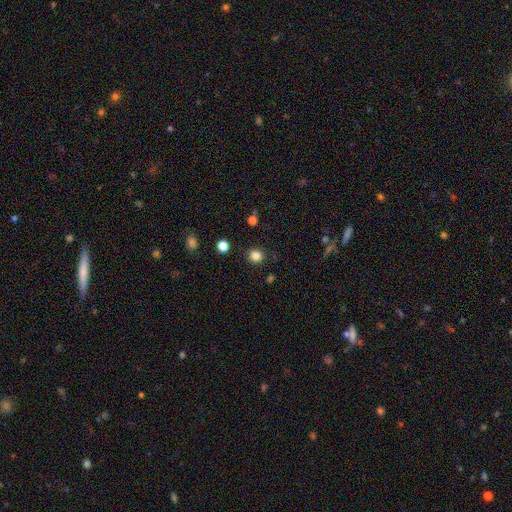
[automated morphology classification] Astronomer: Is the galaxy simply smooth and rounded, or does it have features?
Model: smooth — 83%.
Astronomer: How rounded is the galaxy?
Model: round — 90%.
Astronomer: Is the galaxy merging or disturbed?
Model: none — 90%.